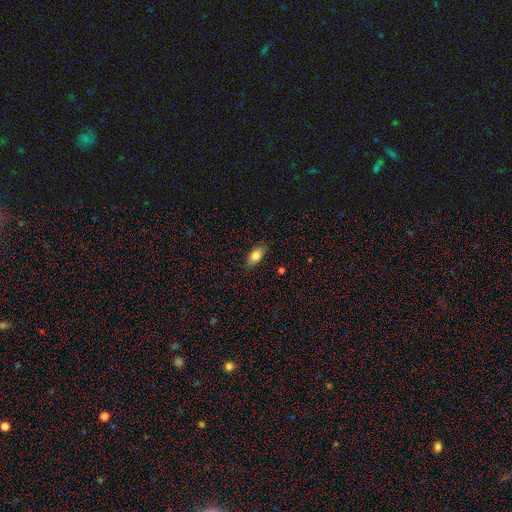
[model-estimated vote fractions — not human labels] Smooth or featured: smooth — 79% (featured or disk — 14%)
How rounded: in between — 85% (cigar-shaped — 9%)
Merging: none — 84% (minor disturbance — 13%)